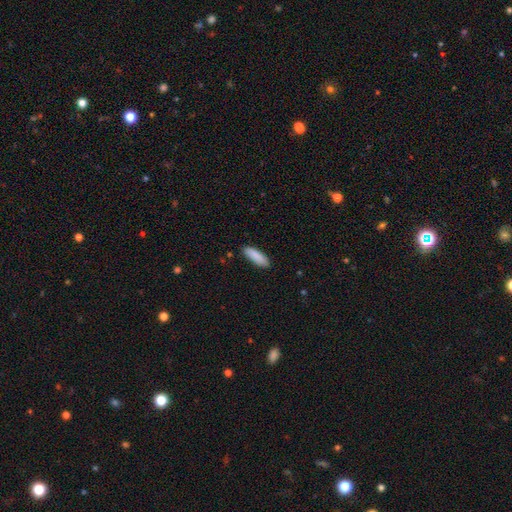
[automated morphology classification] This appears to be a smooth galaxy with no disk features (89%) that is cigar-shaped (50%). Merging: none (87%).